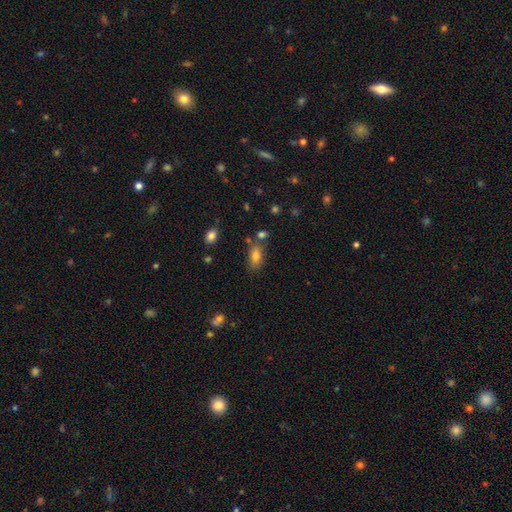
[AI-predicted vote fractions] Smooth or featured? Predicted: smooth (p=0.80). How rounded? Predicted: in between (p=0.87). Merging? Predicted: none (p=0.67).